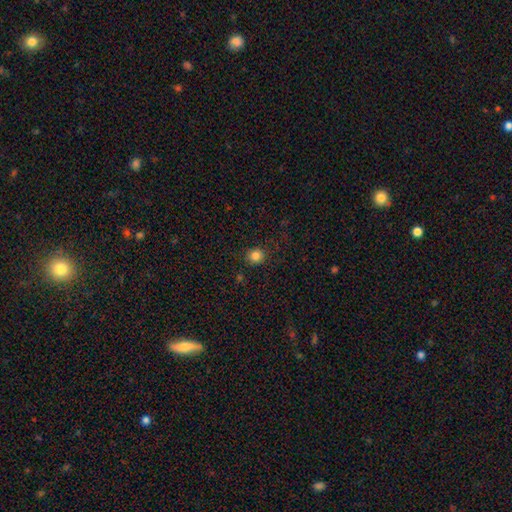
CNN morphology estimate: smooth 84%, star or artifact 12%, featured or disk 4%. Down the decision tree: how rounded — round (87%); merging — none (88%).